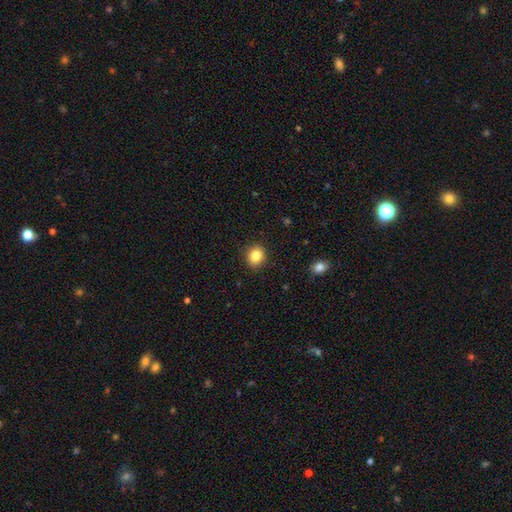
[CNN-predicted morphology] Smooth or featured? Predicted: smooth (p=0.84). How rounded? Predicted: round (p=0.73). Merging? Predicted: none (p=0.90).